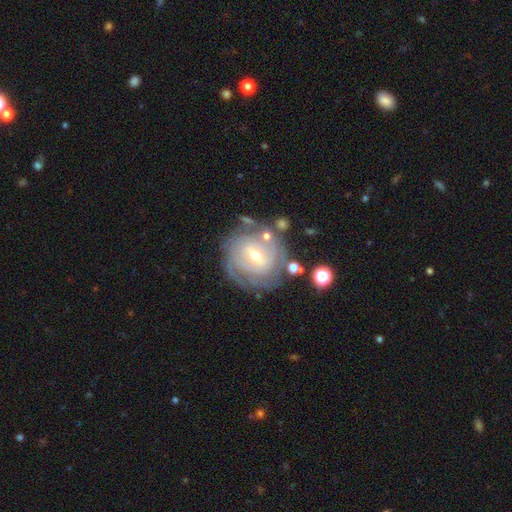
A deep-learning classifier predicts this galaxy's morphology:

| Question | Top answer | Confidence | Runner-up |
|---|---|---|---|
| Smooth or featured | featured or disk | 82% | smooth (12%) |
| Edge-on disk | no | 97% | yes (3%) |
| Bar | weak | 57% | no (22%) |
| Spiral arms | yes | 91% | no (9%) |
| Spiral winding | tight | 74% | medium (20%) |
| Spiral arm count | can't tell | 42% | 2 (19%) |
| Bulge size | moderate | 55% | small (41%) |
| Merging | none | 72% | minor disturbance (15%) |